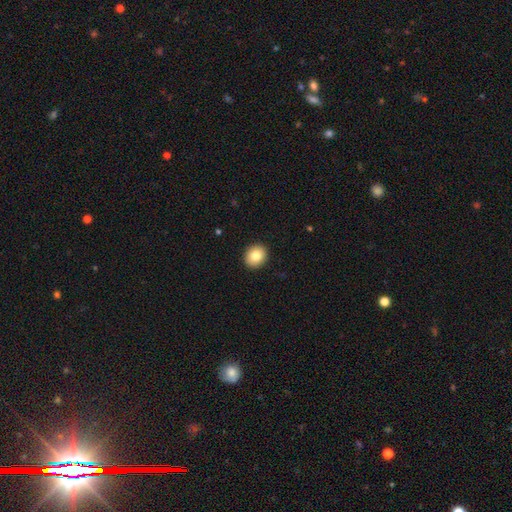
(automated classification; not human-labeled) smooth_or_featured: smooth (p=0.81) [alt: featured or disk p=0.10]
how_rounded: round (p=0.67) [alt: in between p=0.32]
merging: none (p=0.92) [alt: minor disturbance p=0.05]